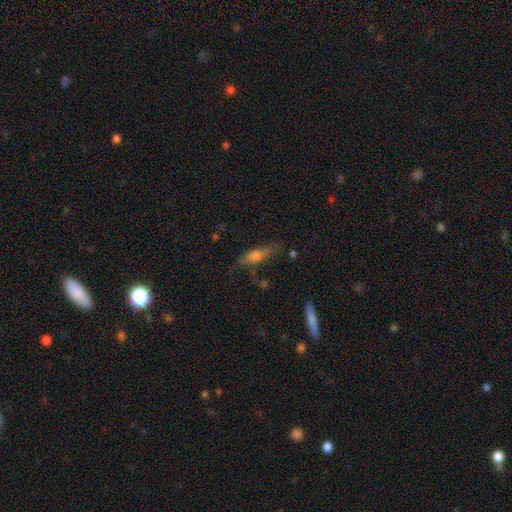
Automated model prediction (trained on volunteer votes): smooth_or_featured: smooth (p=0.51) [alt: featured or disk p=0.38]
how_rounded: cigar-shaped (p=0.62) [alt: in between p=0.35]
merging: none (p=0.63) [alt: minor disturbance p=0.23]